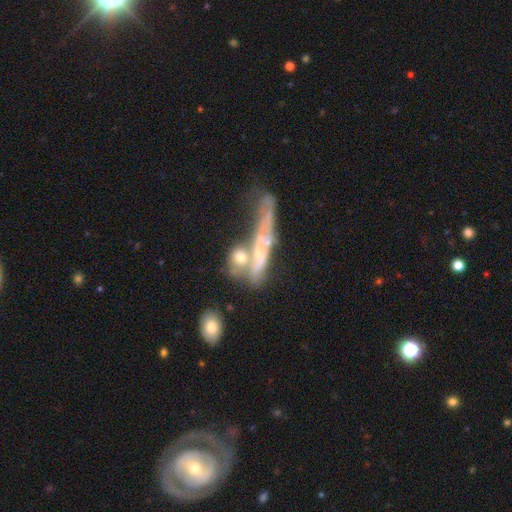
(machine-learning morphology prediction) This is possibly a featured or disk galaxy (58%). It is possibly not viewed edge-on (51%). Merging: marginally merger (39%).